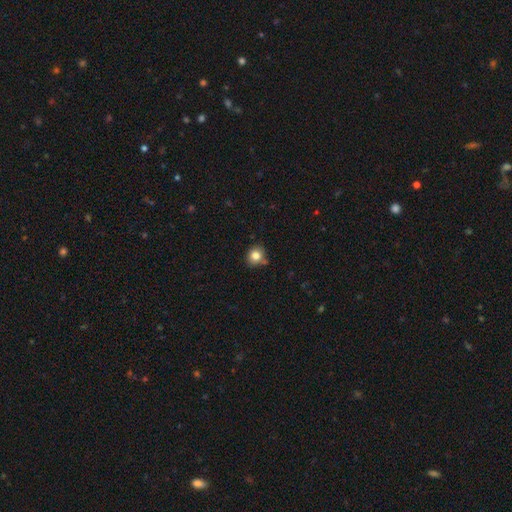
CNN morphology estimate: type=smooth (81%); roundness=round (76%); merging=none (72%).